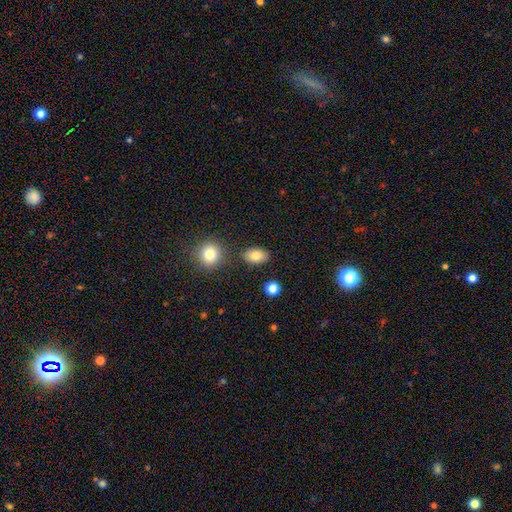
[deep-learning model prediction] This appears to be a smooth galaxy with no disk features (84%) that is in between round and cigar-shaped (86%). Merging: none (83%).